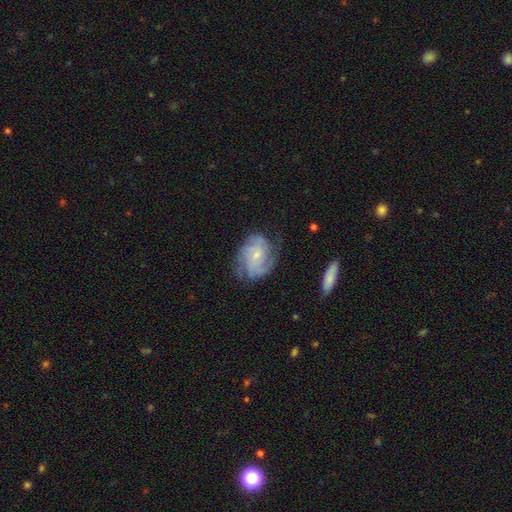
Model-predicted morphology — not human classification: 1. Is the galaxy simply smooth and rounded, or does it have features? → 80% featured or disk, 14% smooth, 6% star or artifact.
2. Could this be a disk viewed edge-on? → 97% no, 3% yes.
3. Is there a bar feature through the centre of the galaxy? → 70% no, 26% weak, 4% strong.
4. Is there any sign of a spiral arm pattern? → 95% yes, 5% no.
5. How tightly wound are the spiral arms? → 52% tight, 37% medium, 10% loose.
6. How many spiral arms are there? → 27% 3, 26% can't tell, 22% 2, 14% 4, 6% more than 4, 5% 1.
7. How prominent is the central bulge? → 75% small, 19% moderate, 4% none, 1% large, 1% dominant.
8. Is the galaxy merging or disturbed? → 69% none, 20% minor disturbance, 9% major disturbance, 2% merger.